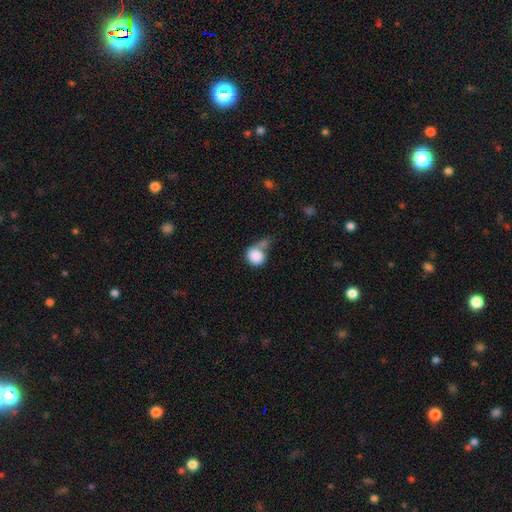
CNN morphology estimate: smooth_or_featured: smooth (p=0.86) [alt: star or artifact p=0.08]
how_rounded: round (p=0.75) [alt: in between p=0.24]
merging: none (p=0.34) [alt: merger p=0.33]